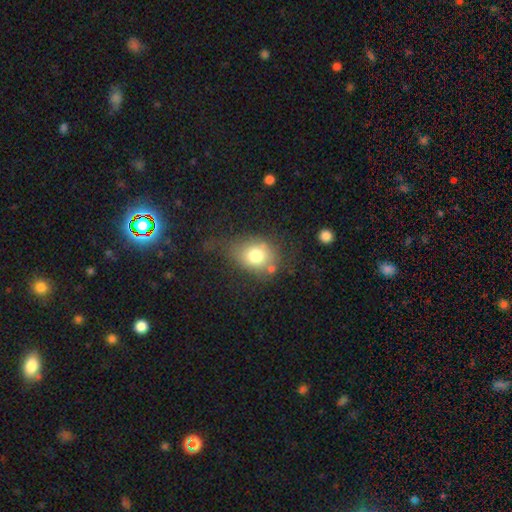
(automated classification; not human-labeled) smooth-or-featured: smooth: 75% | featured or disk: 14% | star or artifact: 10%
  how-rounded: in between: 51% | round: 48% | cigar-shaped: 1%
  merging: none: 50% | minor disturbance: 27% | major disturbance: 15% | merger: 7%